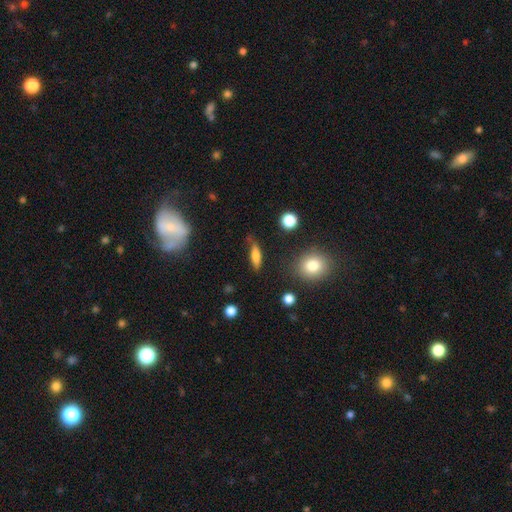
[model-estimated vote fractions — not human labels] smooth_or_featured: smooth (p=0.70) [alt: featured or disk p=0.21]
how_rounded: cigar-shaped (p=0.55) [alt: in between p=0.40]
merging: none (p=0.72) [alt: minor disturbance p=0.19]